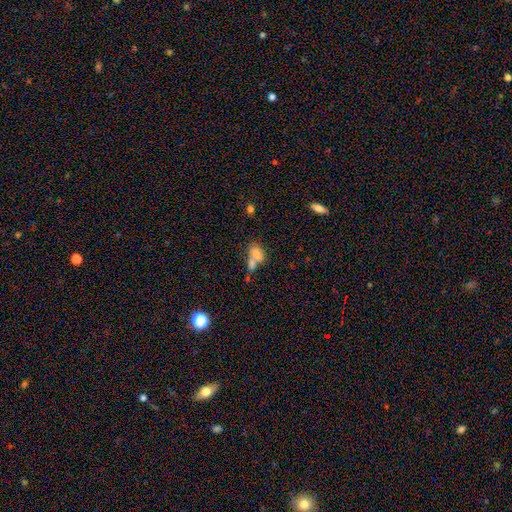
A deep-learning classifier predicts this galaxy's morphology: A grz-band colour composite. It shows a smooth galaxy with no disk features (74%) that is in between round and cigar-shaped (81%). Merging: merger (55%).